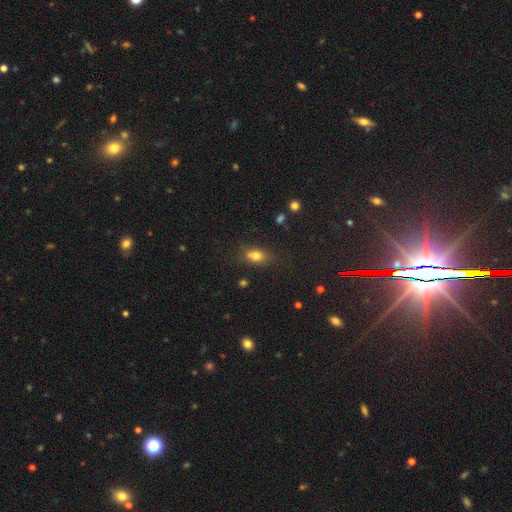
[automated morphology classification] This appears to be a smooth galaxy with no disk features (76%) that is in between round and cigar-shaped (75%). Merging: none (67%).